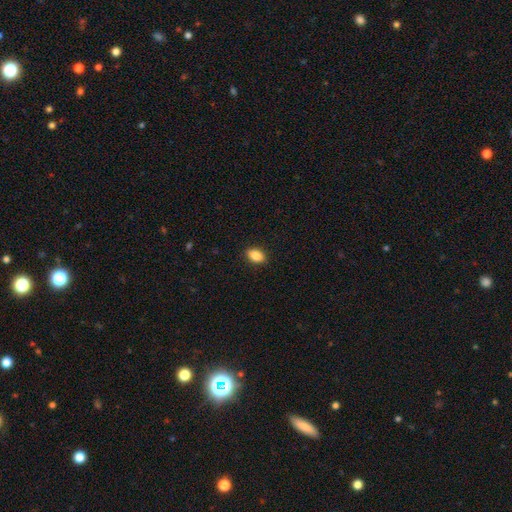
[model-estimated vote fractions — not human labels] Smooth or featured? Predicted: smooth (p=0.86). How rounded? Predicted: in between (p=0.87). Merging? Predicted: none (p=0.89).